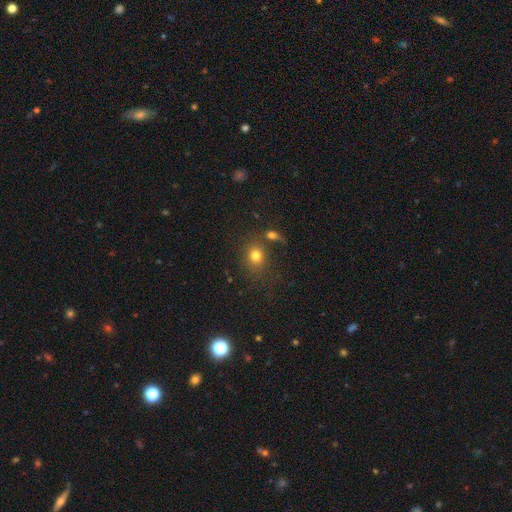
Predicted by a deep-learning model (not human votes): Q: Smooth or featured?
A: smooth (76%); runner-up: star or artifact (14%)
Q: How rounded?
A: round (66%); runner-up: in between (33%)
Q: Merging?
A: none (64%); runner-up: merger (16%)